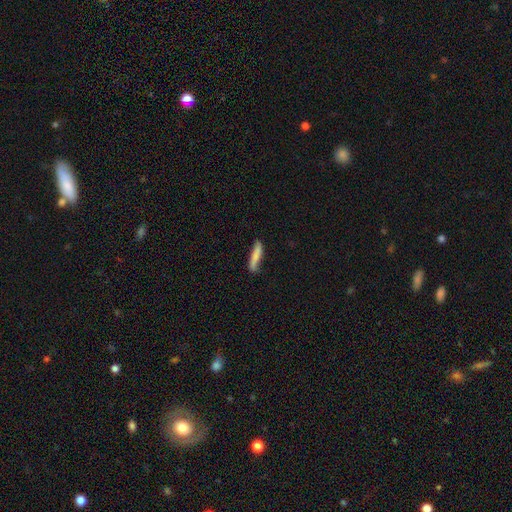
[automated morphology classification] A smooth galaxy with no disk features (75%) that is cigar-shaped (85%). Merging: none (70%).